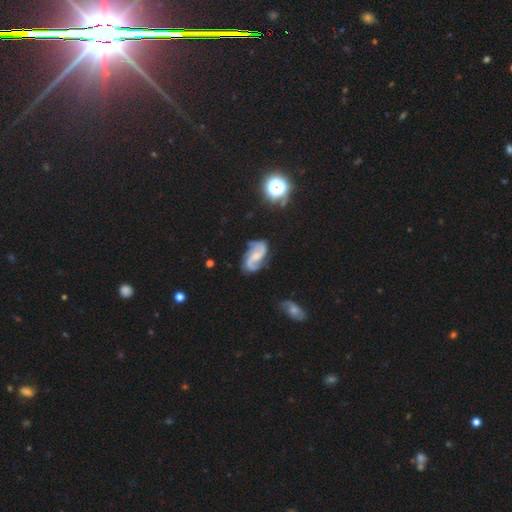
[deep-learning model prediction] Overall: featured or disk (84%). Edge-on disk: no (97%). Bar: no (44%, tied with weak). Spiral arms: yes (97%). Spiral arm count: 2 (85%). Spiral winding: medium (44%; loose 42%). Bulge size: none (34%; small 33%). Merging: none (70%).